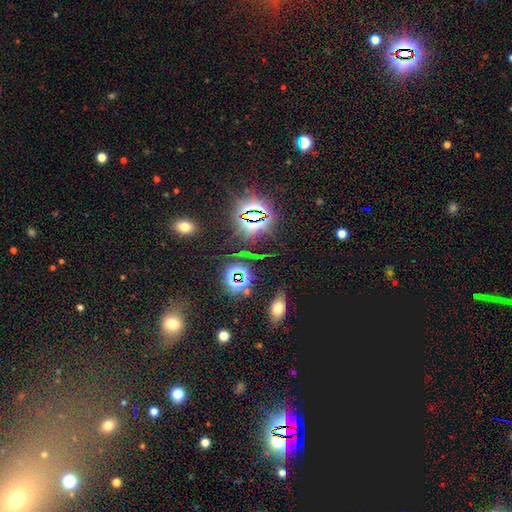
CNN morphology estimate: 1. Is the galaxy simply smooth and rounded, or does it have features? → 77% star or artifact, 14% smooth, 9% featured or disk.